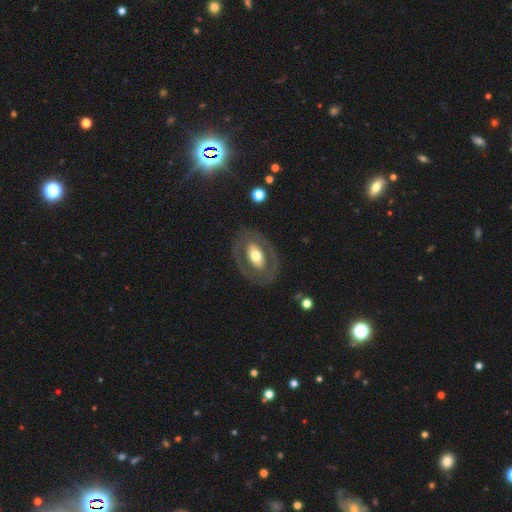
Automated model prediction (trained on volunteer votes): Smooth or featured? featured or disk (57%)
Edge-on disk? no (91%)
Bar? no (62%)
Spiral arms? no (81%)
Bulge size? moderate (58%)
Merging? none (80%)